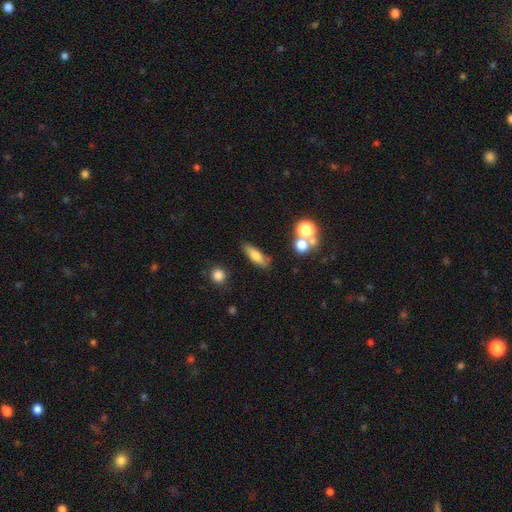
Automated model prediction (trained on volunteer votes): This is likely a smooth galaxy (72%). How rounded: possibly in between (48%). Merging: likely none (74%).